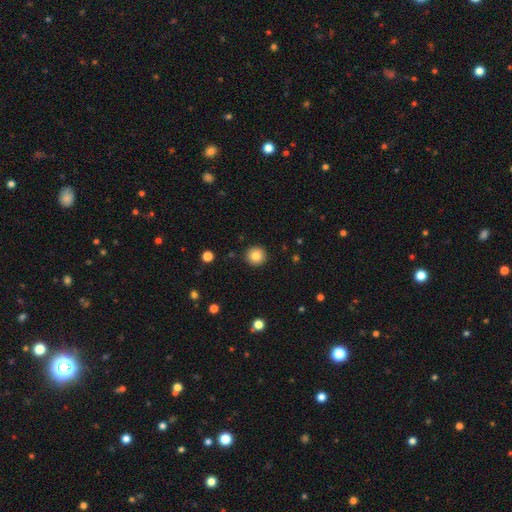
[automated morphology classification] Smooth or featured?
  - smooth: 83% *
  - star or artifact: 10%
  - featured or disk: 7%
How rounded?
  - round: 95% *
  - in between: 4%
  - cigar-shaped: 1%
Merging?
  - none: 92% *
  - minor disturbance: 5%
  - major disturbance: 2%
  - merger: 1%